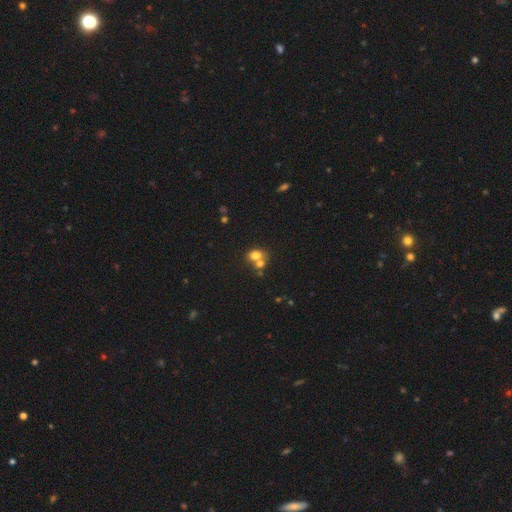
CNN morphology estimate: type=smooth (73%); roundness=round (61%); merging=merger (51%).